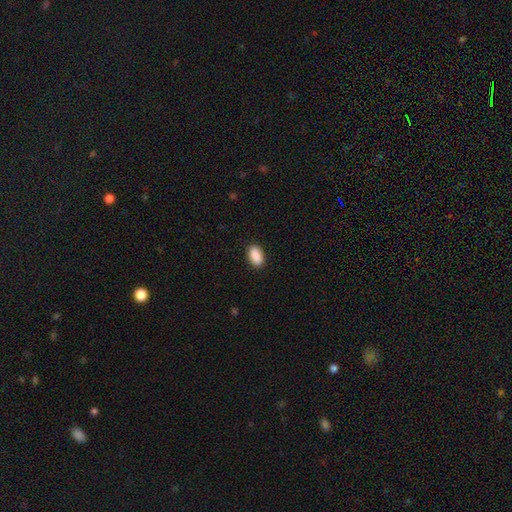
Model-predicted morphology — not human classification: smooth-or-featured: smooth: 91% | star or artifact: 7% | featured or disk: 2%
  how-rounded: in between: 93% | round: 5% | cigar-shaped: 2%
  merging: none: 89% | minor disturbance: 8% | major disturbance: 2% | merger: 1%